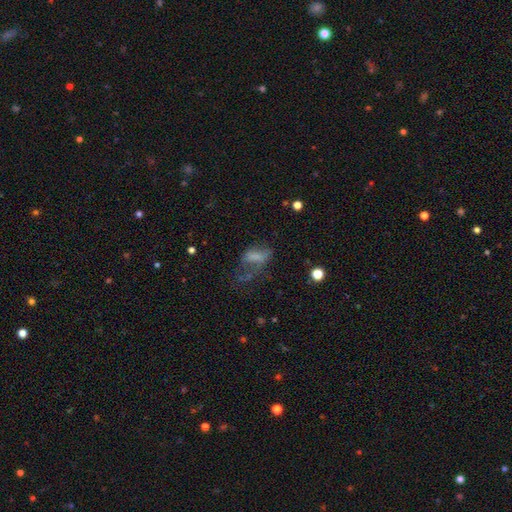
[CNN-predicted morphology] smooth_or_featured: smooth (p=0.51) [alt: featured or disk p=0.31]
how_rounded: in between (p=0.80) [alt: cigar-shaped p=0.11]
merging: major disturbance (p=0.48) [alt: none p=0.26]